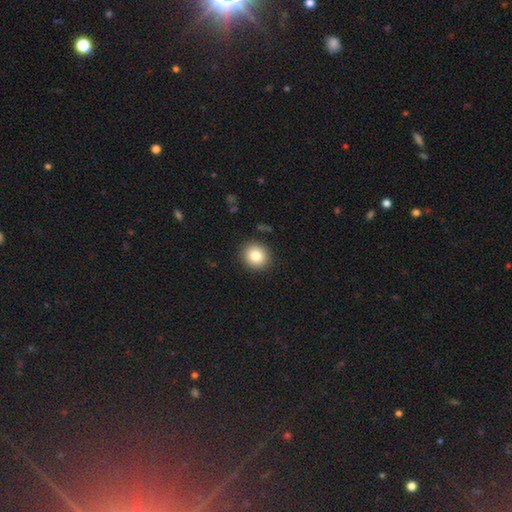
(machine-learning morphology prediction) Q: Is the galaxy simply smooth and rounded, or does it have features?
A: smooth — 82%.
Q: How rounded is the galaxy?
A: round — 88%.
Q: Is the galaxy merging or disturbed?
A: none — 90%.